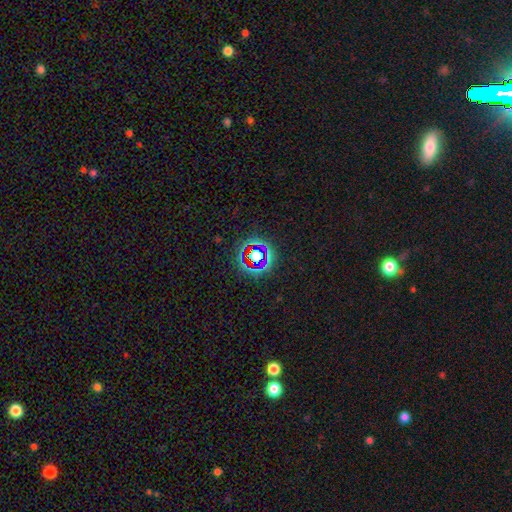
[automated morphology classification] A star or artifact, not a galaxy (65%).